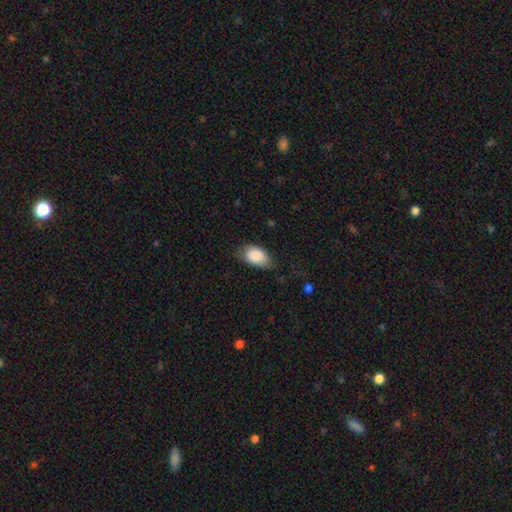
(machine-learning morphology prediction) Smooth or featured? Predicted: smooth (p=0.87). How rounded? Predicted: in between (p=0.91). Merging? Predicted: none (p=0.61).